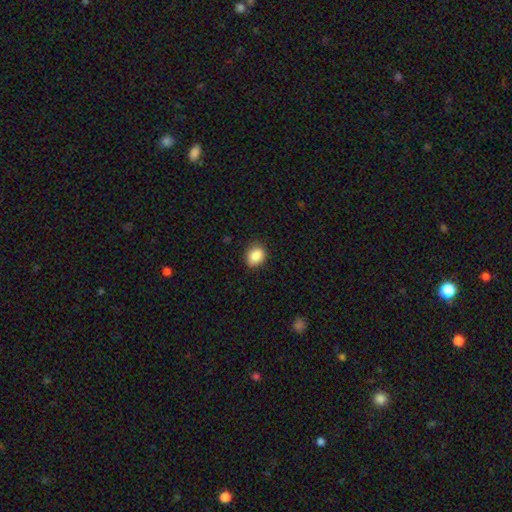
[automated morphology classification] Q: Smooth or featured?
A: smooth (87%); runner-up: star or artifact (8%)
Q: How rounded?
A: in between (51%); runner-up: round (48%)
Q: Merging?
A: none (82%); runner-up: minor disturbance (14%)